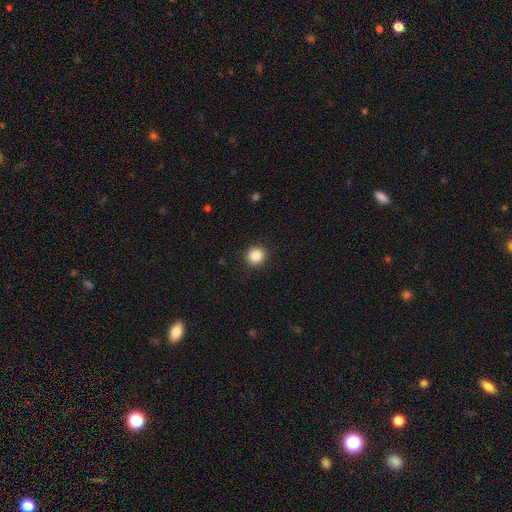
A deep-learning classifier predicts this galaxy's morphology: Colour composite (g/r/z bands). It shows a smooth galaxy with no disk features (86%) that is round (93%). Merging: none (92%).